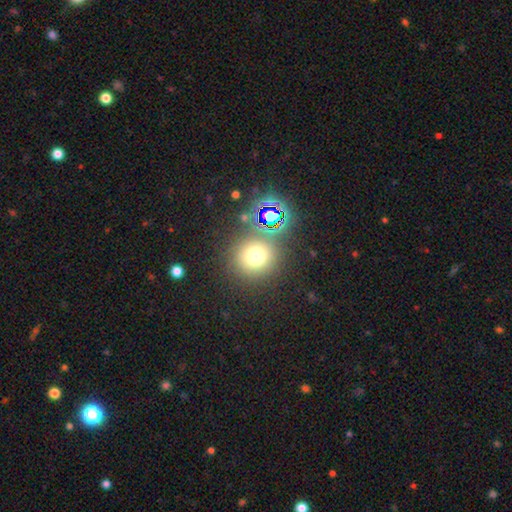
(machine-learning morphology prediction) A smooth galaxy with no disk features (64%) that is round (91%). Merging: none (79%).